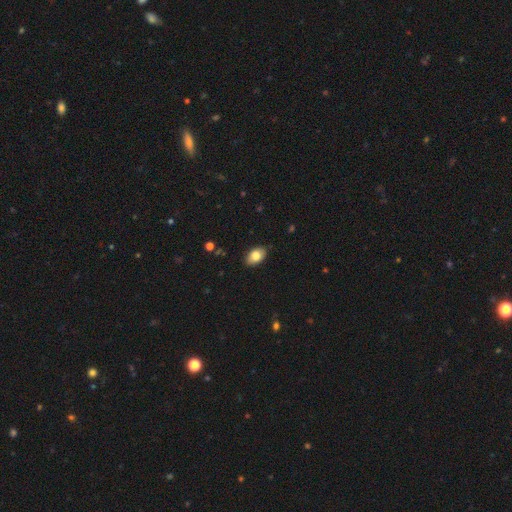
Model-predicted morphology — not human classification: type=smooth (82%); roundness=in between (90%); merging=none (86%).